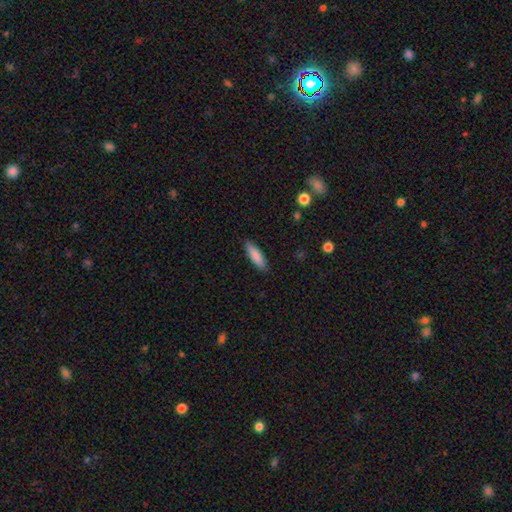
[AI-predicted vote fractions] The model was most divided on "how rounded": cigar-shaped: 57%, in between: 41%, round: 1%. More confident: merging — none (89%); smooth or featured — smooth (86%).